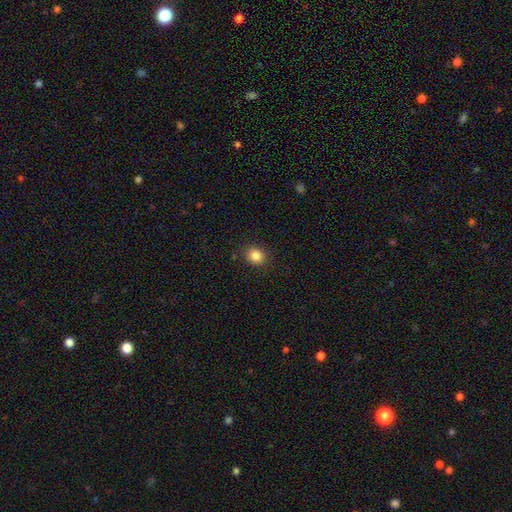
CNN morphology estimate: smooth_or_featured: smooth (p=0.84) [alt: star or artifact p=0.11]
how_rounded: round (p=0.73) [alt: in between p=0.26]
merging: none (p=0.89) [alt: minor disturbance p=0.08]